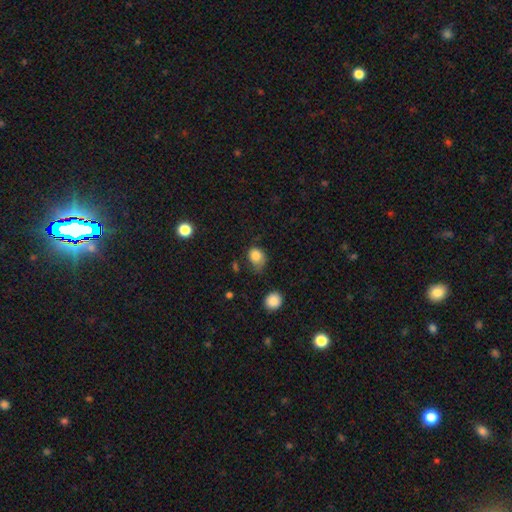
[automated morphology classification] Smooth or featured? Predicted: smooth (p=0.84). How rounded? Predicted: in between (p=0.52). Merging? Predicted: none (p=0.40).